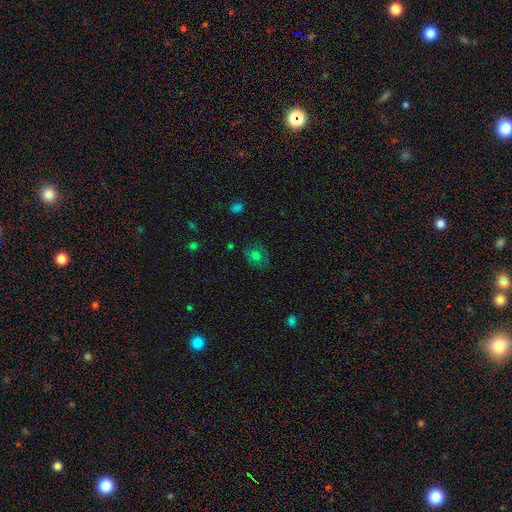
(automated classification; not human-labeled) Smooth or featured: smooth — 63% (featured or disk — 22%)
How rounded: round — 65% (in between — 34%)
Merging: none — 77% (minor disturbance — 16%)